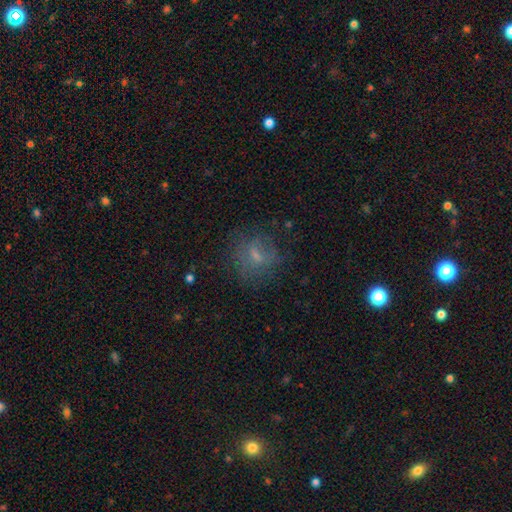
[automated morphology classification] smooth 51%, featured or disk 34%, star or artifact 16%. Down the decision tree: how rounded — round (69%); merging — none (64%).